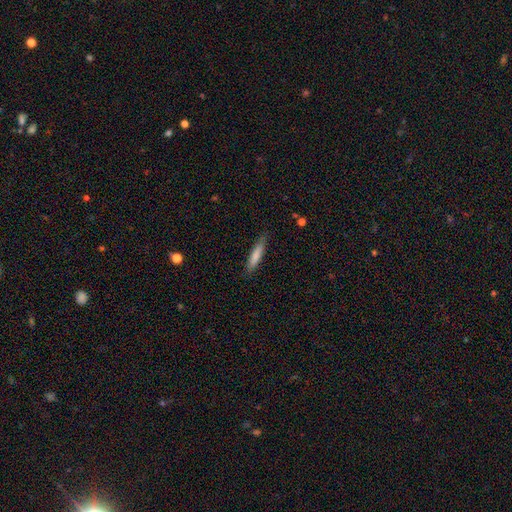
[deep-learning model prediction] smooth_or_featured: smooth (p=0.80) [alt: featured or disk p=0.14]
how_rounded: cigar-shaped (p=0.86) [alt: in between p=0.13]
merging: none (p=0.84) [alt: minor disturbance p=0.13]